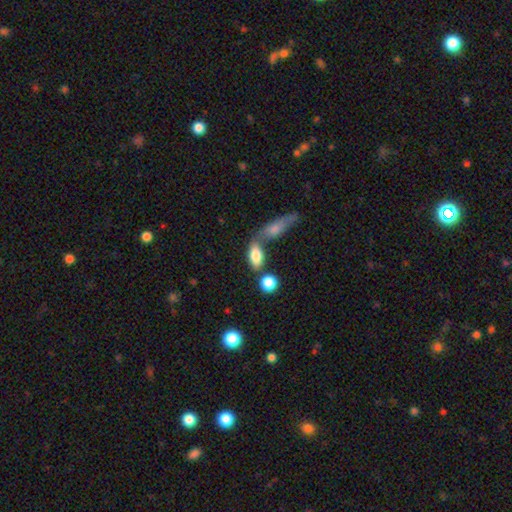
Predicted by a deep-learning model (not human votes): smooth-or-featured: smooth: 78% | featured or disk: 14% | star or artifact: 8%
  how-rounded: in between: 81% | cigar-shaped: 11% | round: 8%
  merging: none: 42% | merger: 37% | minor disturbance: 14% | major disturbance: 7%